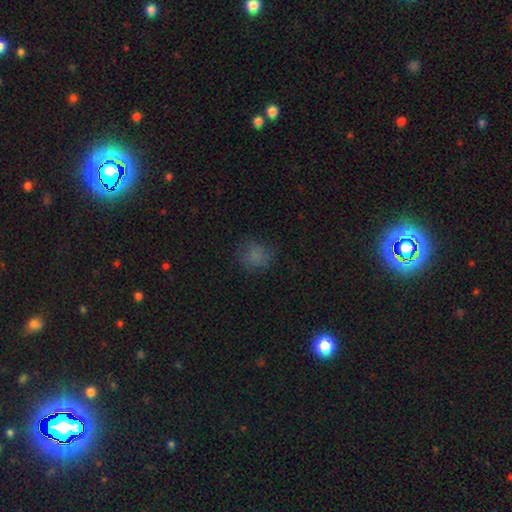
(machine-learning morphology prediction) smooth 74%, star or artifact 16%, featured or disk 10%. Down the decision tree: how rounded — round (80%); merging — none (72%).